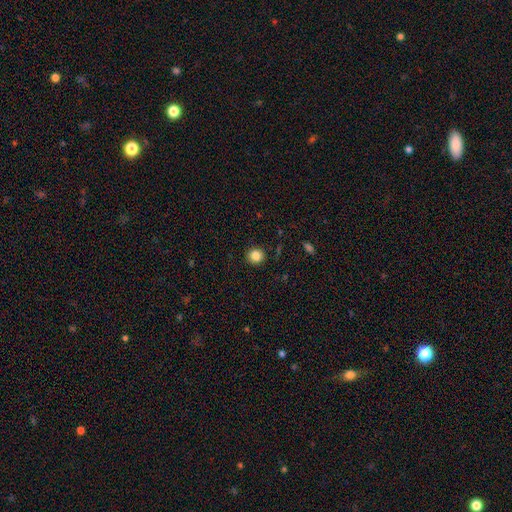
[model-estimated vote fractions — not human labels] A smooth galaxy with no disk features (84%) that is round (91%).

Vote fractions:
- Smooth or featured? smooth: 84% / star or artifact: 11% / featured or disk: 5%
- How rounded? round: 91% / in between: 8% / cigar-shaped: 1%
- Merging? none: 91% / minor disturbance: 6% / major disturbance: 2% / merger: 1%